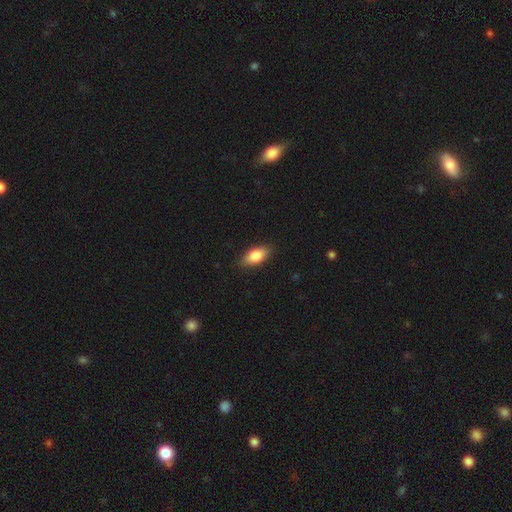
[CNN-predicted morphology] smooth-or-featured: smooth: 84% | featured or disk: 10% | star or artifact: 7%
  how-rounded: in between: 89% | cigar-shaped: 6% | round: 4%
  merging: none: 86% | minor disturbance: 11% | major disturbance: 2% | merger: 1%